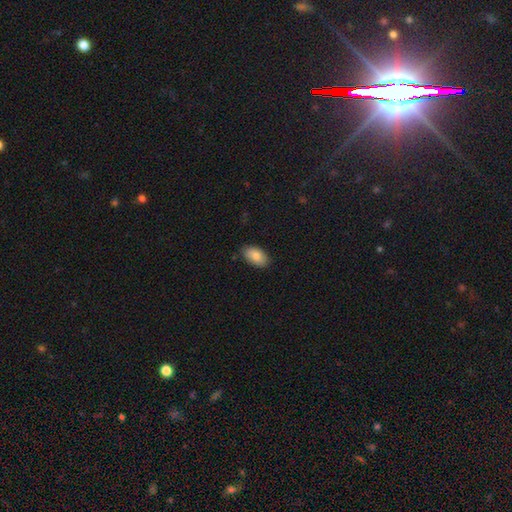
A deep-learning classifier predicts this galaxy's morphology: Smooth or featured: smooth — 85% (featured or disk — 9%)
How rounded: in between — 94% (round — 4%)
Merging: none — 85% (minor disturbance — 12%)